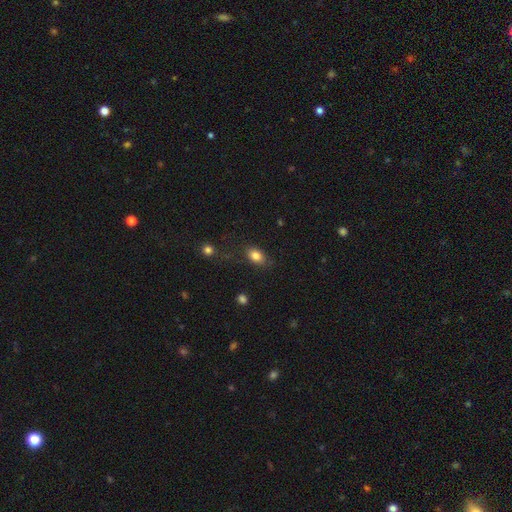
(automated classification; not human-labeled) smooth-or-featured: smooth: 83% | star or artifact: 9% | featured or disk: 7%
  how-rounded: in between: 81% | round: 17% | cigar-shaped: 2%
  merging: none: 78% | minor disturbance: 15% | major disturbance: 5% | merger: 3%